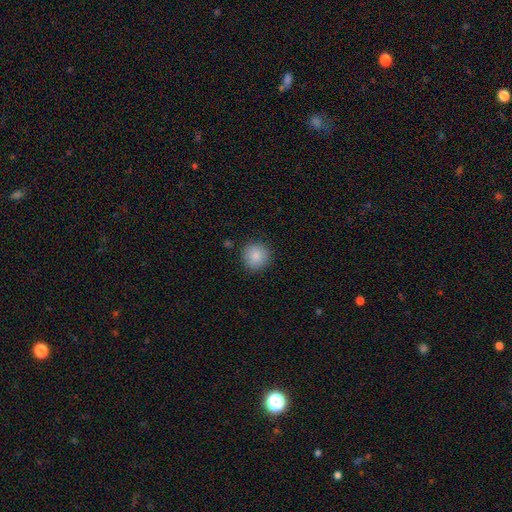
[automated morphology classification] smooth 87%, star or artifact 8%, featured or disk 4%. Down the decision tree: how rounded — round (94%); merging — none (89%).